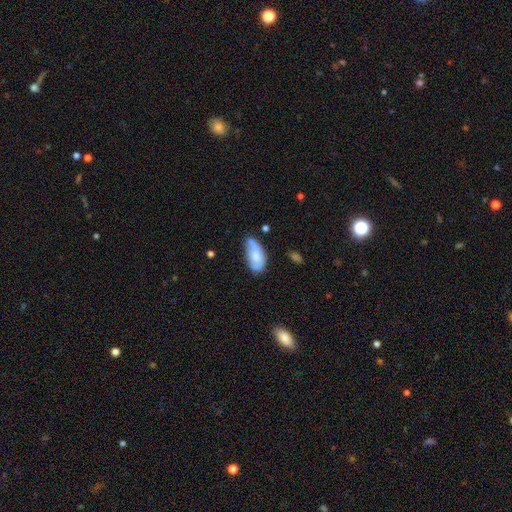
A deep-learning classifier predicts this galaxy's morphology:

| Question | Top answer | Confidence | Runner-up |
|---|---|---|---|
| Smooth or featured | smooth | 60% | featured or disk (33%) |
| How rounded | in between | 92% | cigar-shaped (5%) |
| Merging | none | 42% | minor disturbance (37%) |